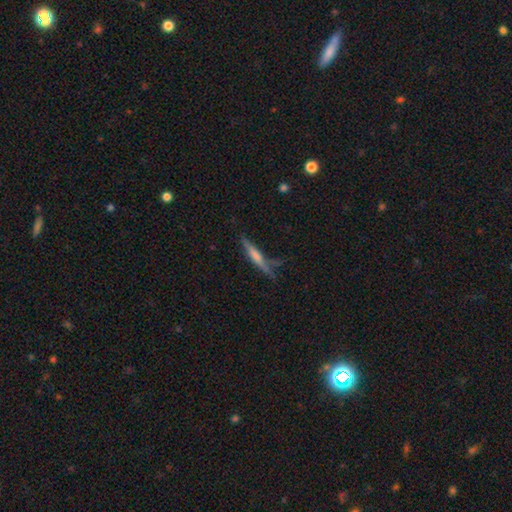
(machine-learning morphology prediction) A featured or disk galaxy (47%).

Vote fractions:
- Smooth or featured? featured or disk: 47% / smooth: 45% / star or artifact: 8%
- Merging? none: 64% / minor disturbance: 22% / major disturbance: 8% / merger: 6%